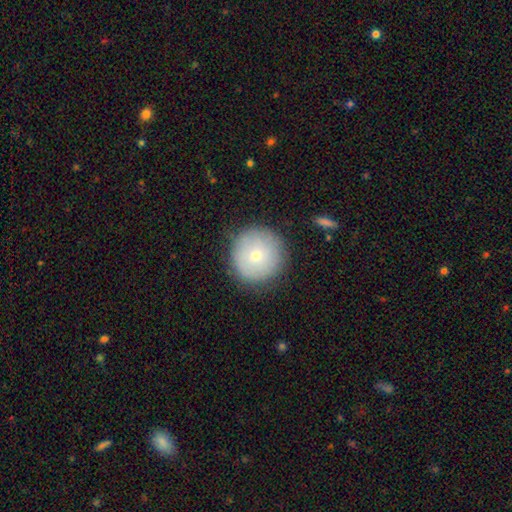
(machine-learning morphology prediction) smooth-or-featured: smooth: 71% | featured or disk: 21% | star or artifact: 8%
  how-rounded: round: 95% | in between: 4% | cigar-shaped: 1%
  merging: none: 86% | minor disturbance: 10% | major disturbance: 3% | merger: 1%